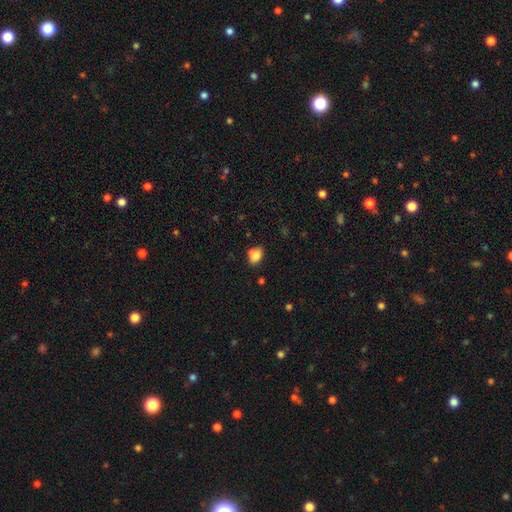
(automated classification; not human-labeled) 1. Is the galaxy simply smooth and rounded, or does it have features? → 79% smooth, 11% featured or disk, 10% star or artifact.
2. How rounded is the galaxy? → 60% in between, 39% round, 1% cigar-shaped.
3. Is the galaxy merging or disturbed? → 49% none, 24% minor disturbance, 19% merger, 7% major disturbance.